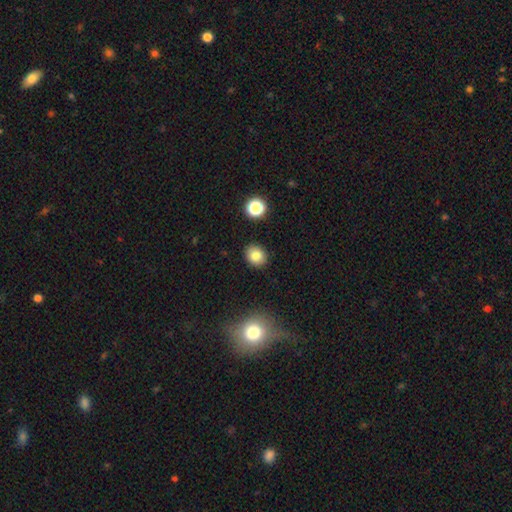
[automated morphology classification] smooth-or-featured: smooth: 82% | star or artifact: 11% | featured or disk: 7%
  how-rounded: round: 63% | in between: 36% | cigar-shaped: 1%
  merging: none: 88% | minor disturbance: 8% | major disturbance: 2% | merger: 2%